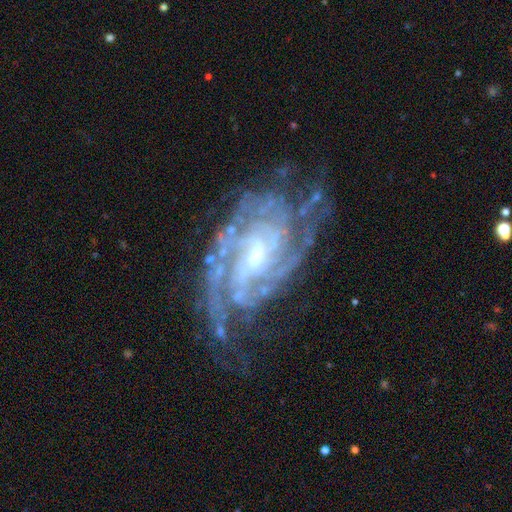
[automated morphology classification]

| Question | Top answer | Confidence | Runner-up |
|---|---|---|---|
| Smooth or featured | featured or disk | 91% | star or artifact (5%) |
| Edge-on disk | no | 96% | yes (4%) |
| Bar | weak | 51% | no (29%) |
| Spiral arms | yes | 98% | no (2%) |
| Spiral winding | tight | 64% | medium (31%) |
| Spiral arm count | can't tell | 27% | 4 (20%) |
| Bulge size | small | 53% | moderate (40%) |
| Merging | none | 66% | minor disturbance (21%) |